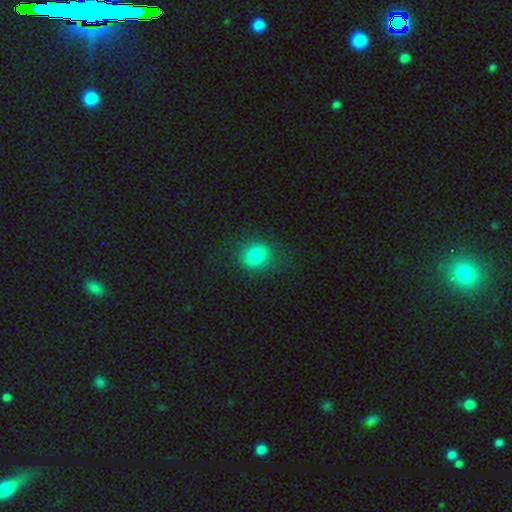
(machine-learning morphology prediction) smooth_or_featured: smooth (p=0.82) [alt: star or artifact p=0.11]
how_rounded: round (p=0.76) [alt: in between p=0.23]
merging: none (p=0.82) [alt: minor disturbance p=0.12]